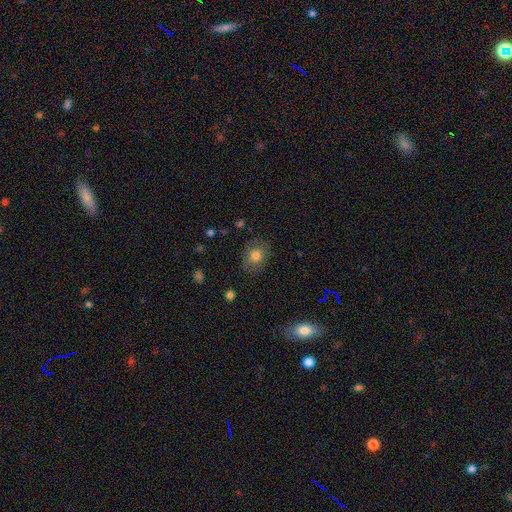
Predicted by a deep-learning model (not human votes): The model was most divided on "how rounded": round: 55%, in between: 44%, cigar-shaped: 1%. More confident: merging — none (80%); smooth or featured — smooth (75%).